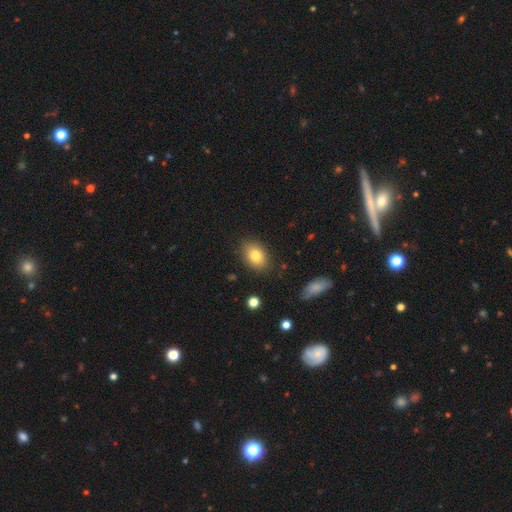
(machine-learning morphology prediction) smooth_or_featured: smooth (p=0.81) [alt: featured or disk p=0.11]
how_rounded: in between (p=0.81) [alt: round p=0.18]
merging: none (p=0.85) [alt: minor disturbance p=0.11]